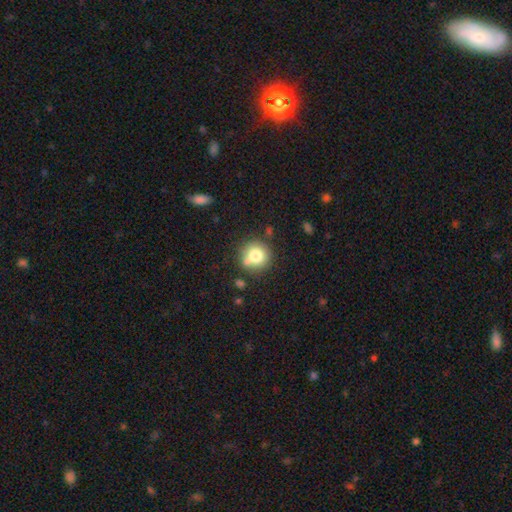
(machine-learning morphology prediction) smooth 76%, featured or disk 13%, star or artifact 11%. Down the decision tree: how rounded — round (90%); merging — none (70%).